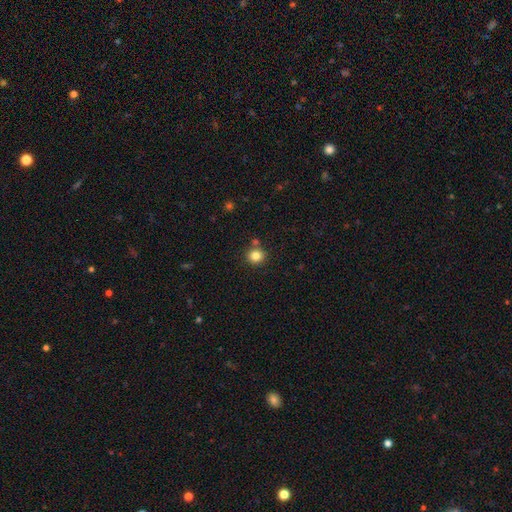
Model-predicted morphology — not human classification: Smooth or featured? smooth (83%)
How rounded? round (89%)
Merging? none (81%)